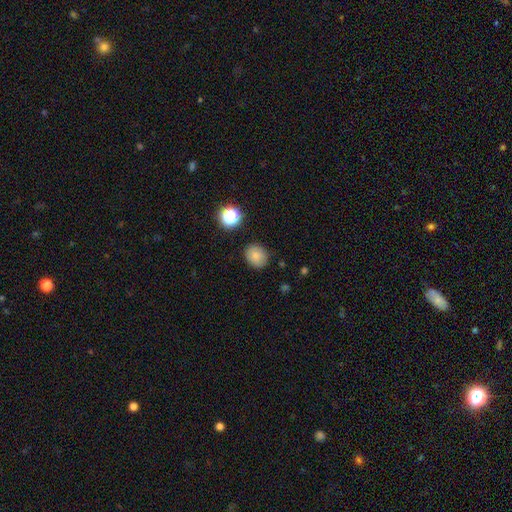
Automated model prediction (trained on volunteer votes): Q: Smooth or featured?
A: smooth (76%); runner-up: star or artifact (13%)
Q: How rounded?
A: round (64%); runner-up: in between (35%)
Q: Merging?
A: none (82%); runner-up: minor disturbance (13%)